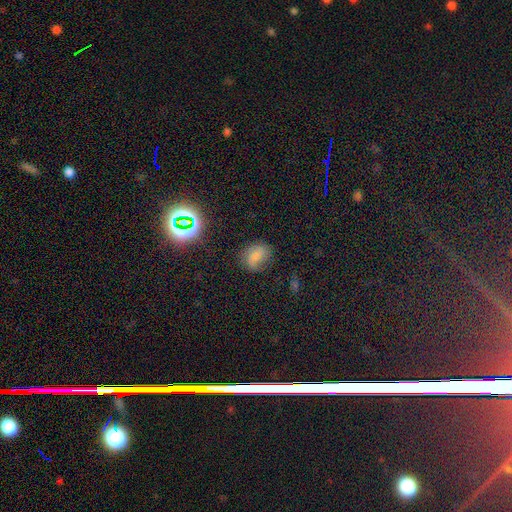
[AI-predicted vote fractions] A smooth galaxy with no disk features (56%) that is in between round and cigar-shaped (52%). Merging: none (64%).